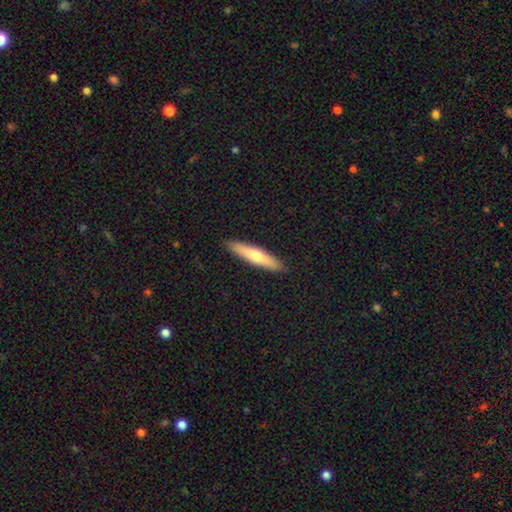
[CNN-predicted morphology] A smooth galaxy with no disk features (61%) that is cigar-shaped (88%). Merging: none (91%).